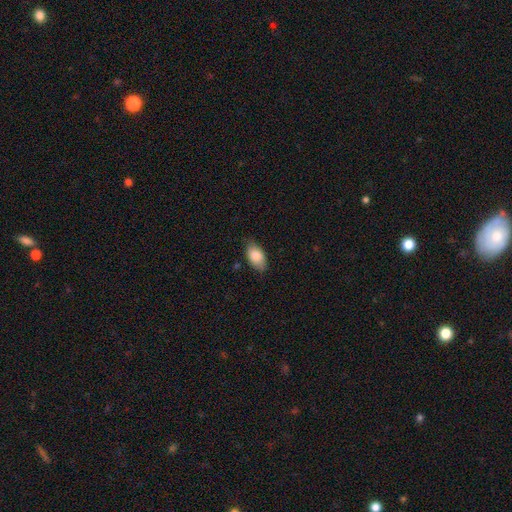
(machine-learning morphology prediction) Smooth or featured? Predicted: smooth (p=0.84). How rounded? Predicted: in between (p=0.93). Merging? Predicted: none (p=0.77).